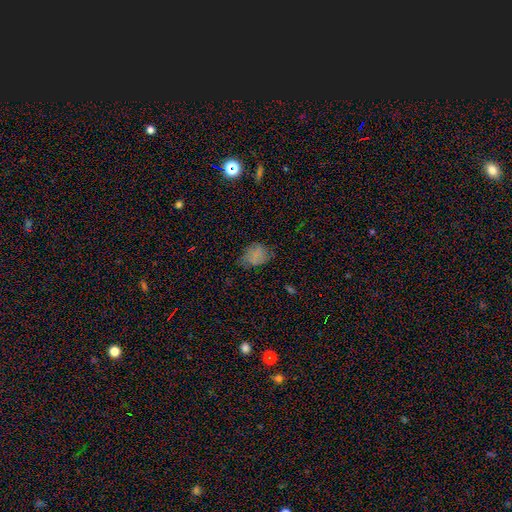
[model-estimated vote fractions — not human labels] The model was most divided on "merging": none: 53%, minor disturbance: 33%, major disturbance: 12%, merger: 2%. More confident: smooth or featured — smooth (71%); how rounded — in between (66%).